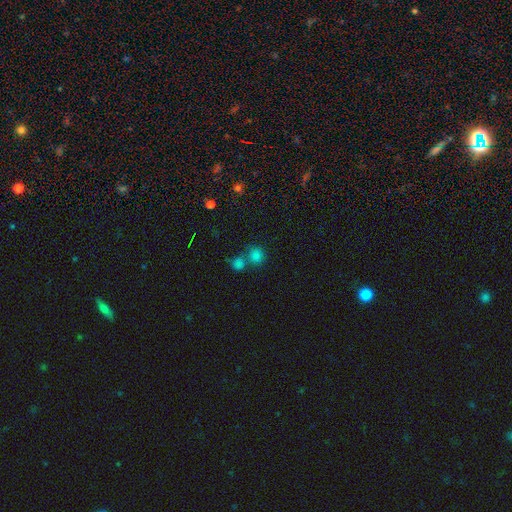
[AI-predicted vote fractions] Smooth or featured: smooth — 74% (star or artifact — 19%)
How rounded: round — 86% (in between — 13%)
Merging: none — 56% (merger — 33%)